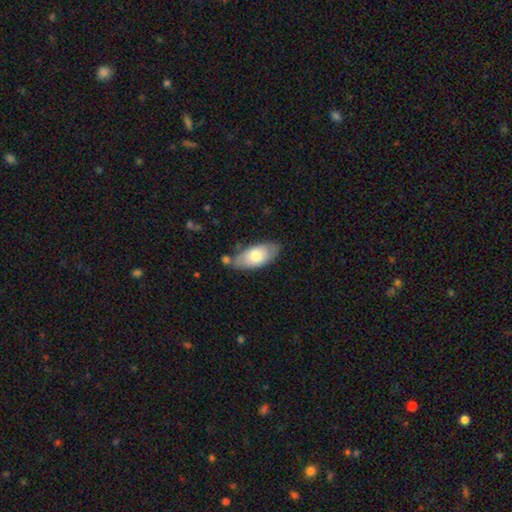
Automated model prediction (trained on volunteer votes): smooth-or-featured: smooth: 73% | featured or disk: 21% | star or artifact: 6%
  how-rounded: in between: 90% | cigar-shaped: 8% | round: 2%
  merging: none: 67% | minor disturbance: 20% | merger: 8% | major disturbance: 4%